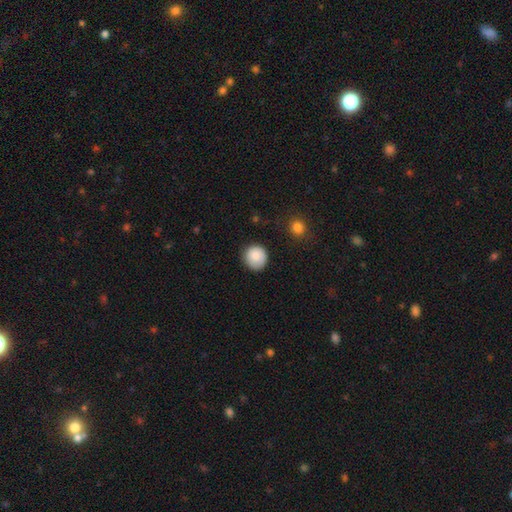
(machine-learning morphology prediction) smooth_or_featured: smooth (p=0.87) [alt: star or artifact p=0.08]
how_rounded: round (p=0.93) [alt: in between p=0.06]
merging: none (p=0.85) [alt: minor disturbance p=0.11]